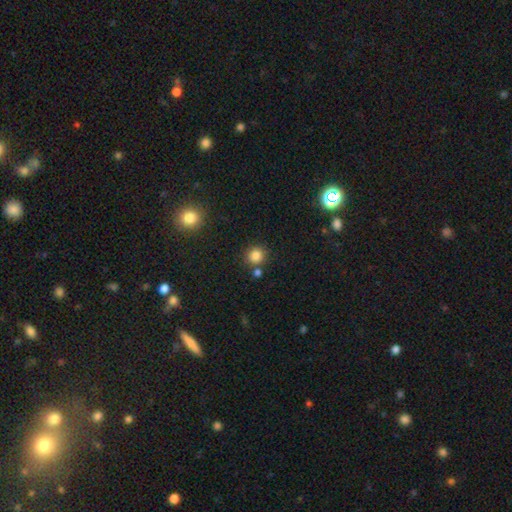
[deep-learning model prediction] Overall: smooth (83%). How rounded: round (90%). Merging: none (78%).